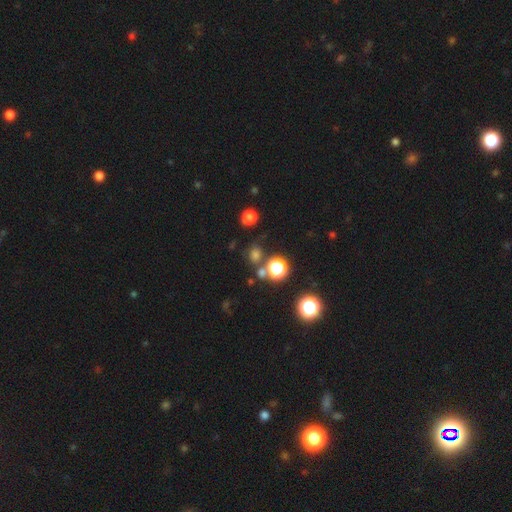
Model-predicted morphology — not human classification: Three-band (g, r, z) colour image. It shows a smooth galaxy with no disk features (51%) that is round (85%). Merging: none (76%).